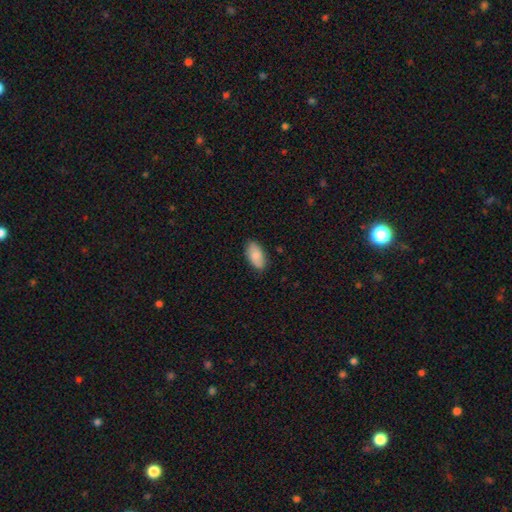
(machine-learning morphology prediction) Smooth or featured? smooth (83%)
How rounded? in between (93%)
Merging? none (84%)